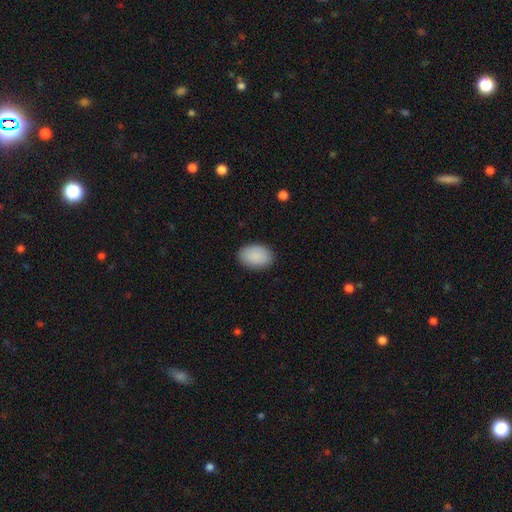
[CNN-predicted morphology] smooth 90%, star or artifact 6%, featured or disk 4%. Down the decision tree: how rounded — in between (88%); merging — none (88%).